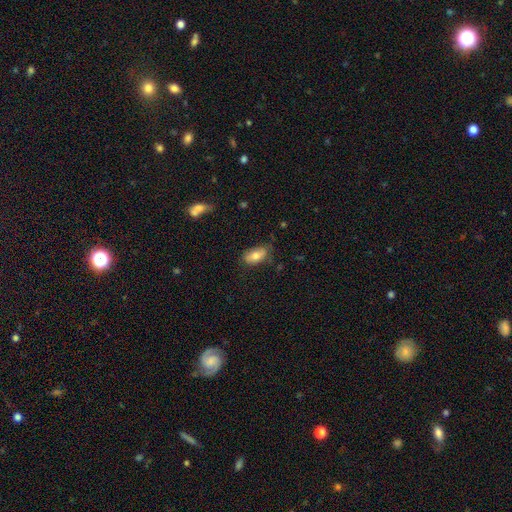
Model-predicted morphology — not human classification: Q: Smooth or featured?
A: smooth (75%); runner-up: featured or disk (17%)
Q: How rounded?
A: in between (89%); runner-up: cigar-shaped (6%)
Q: Merging?
A: none (66%); runner-up: minor disturbance (26%)